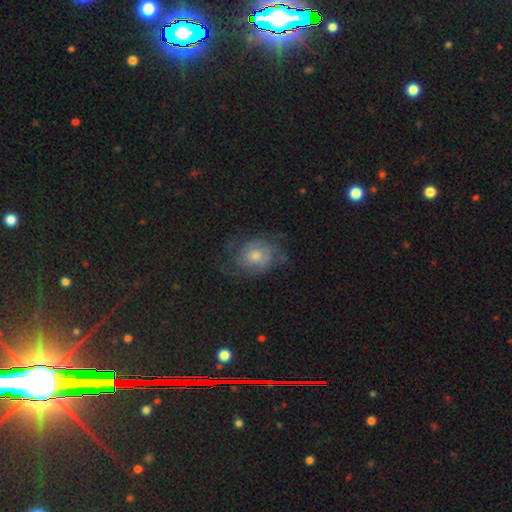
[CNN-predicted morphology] type=featured or disk (58%); edge-on=no (97%); bar=no (76%); spiral arms=yes (81%); bulge=moderate (60%); merging=none (62%).